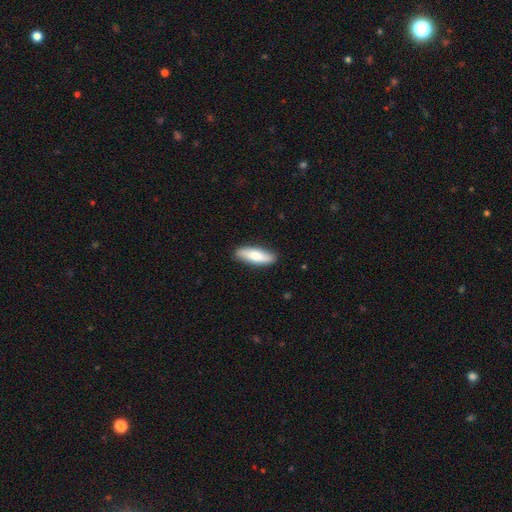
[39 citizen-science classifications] This appears to be a smooth galaxy with no disk features (74%) that is in between round and cigar-shaped (72%). Merging: none (91%).